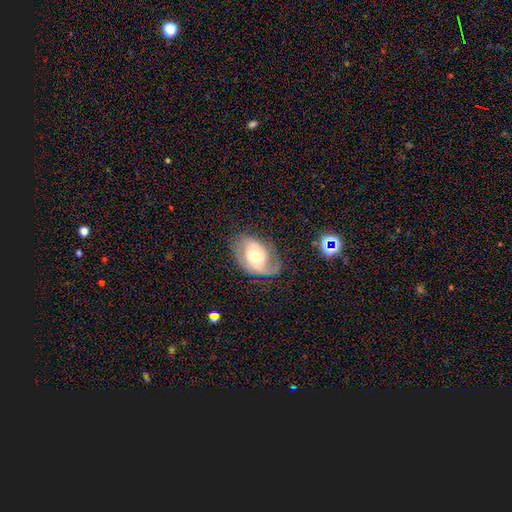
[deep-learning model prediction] A featured or disk galaxy (73%) with no bar (58%), 2 (68%) medium (44%) spiral arms (89%) and a moderate central bulge (56%).

Vote fractions:
- Smooth or featured? featured or disk: 73% / smooth: 20% / star or artifact: 7%
- Edge-on disk? no: 96% / yes: 4%
- Bar? no: 58% / weak: 31% / strong: 10%
- Spiral arms? yes: 89% / no: 11%
- Spiral winding? medium: 44% / loose: 28% / tight: 27%
- Spiral arm count? 2: 68% / 1: 18% / can't tell: 9% / 3: 2% / 4: 1% / more than 4: 1%
- Bulge size? moderate: 56% / small: 26% / large: 14% / dominant: 2% / none: 2%
- Merging? none: 62% / minor disturbance: 22% / major disturbance: 14% / merger: 2%